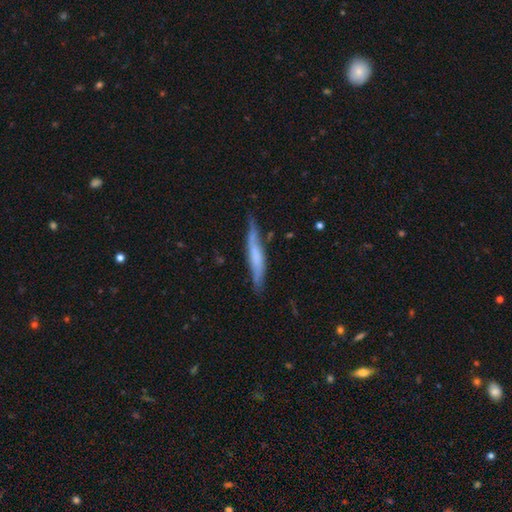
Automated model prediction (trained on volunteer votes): This appears to be a featured or disk galaxy (48%). Merging: none (69%).